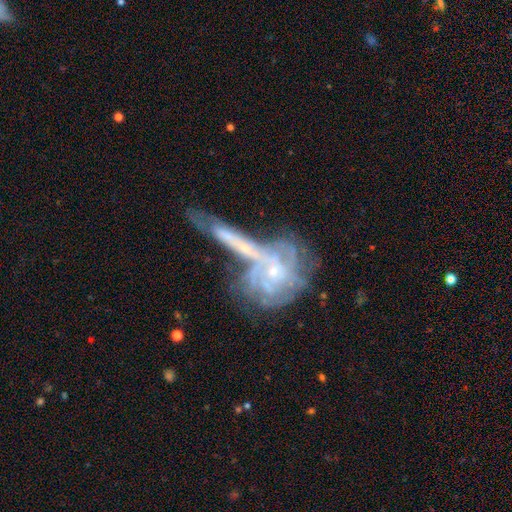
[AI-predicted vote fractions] This is likely a featured or disk galaxy (65%). It is likely not viewed edge-on (78%). Bar: likely no (66%). Spiral arm pattern: likely yes (64%). Central bulge: possibly small (58%). Merging: possibly merger (50%).